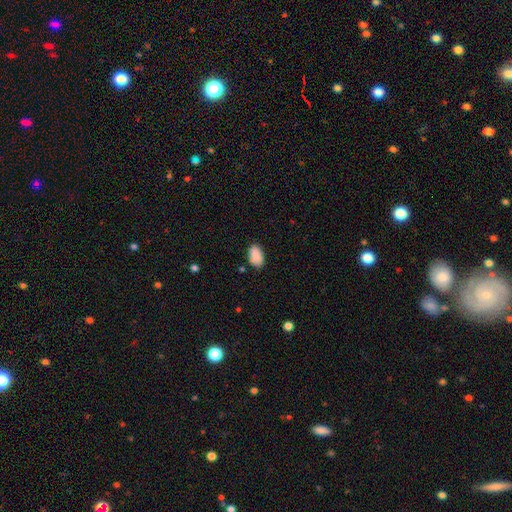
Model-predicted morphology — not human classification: A smooth galaxy with no disk features (89%) that is in between round and cigar-shaped (93%). Merging: none (80%).